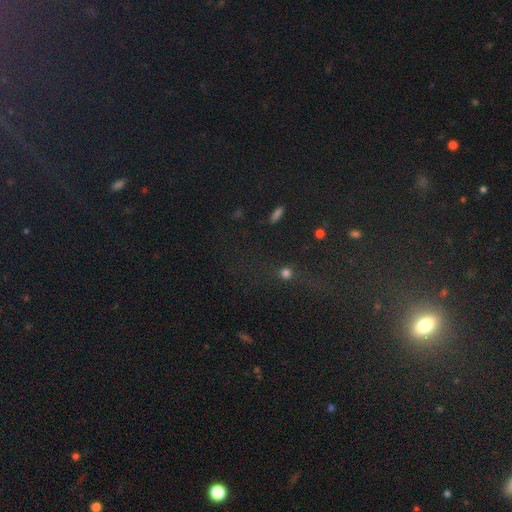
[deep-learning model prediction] star or artifact 65%, smooth 24%, featured or disk 11%.